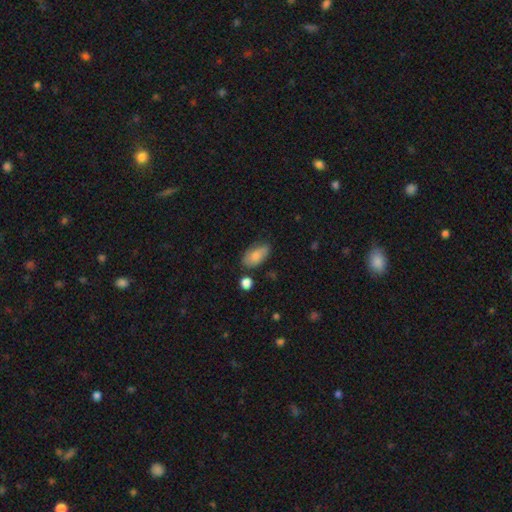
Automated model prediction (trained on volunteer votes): A smooth galaxy with no disk features (76%) that is in between round and cigar-shaped (92%).

Vote fractions:
- Smooth or featured? smooth: 76% / featured or disk: 17% / star or artifact: 7%
- How rounded? in between: 92% / round: 5% / cigar-shaped: 3%
- Merging? none: 64% / minor disturbance: 26% / major disturbance: 6% / merger: 4%